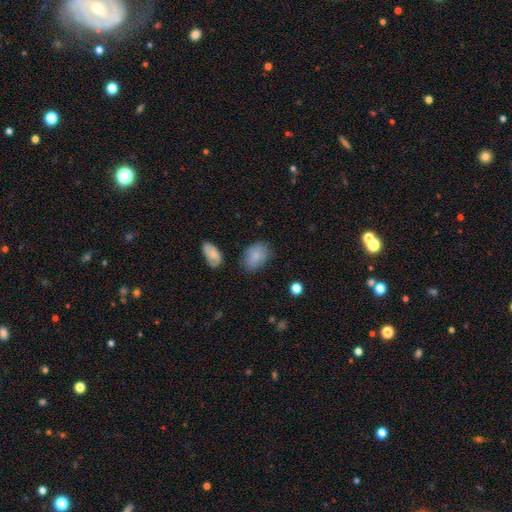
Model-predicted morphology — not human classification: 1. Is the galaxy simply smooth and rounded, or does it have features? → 79% smooth, 13% featured or disk, 8% star or artifact.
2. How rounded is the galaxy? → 80% in between, 19% round, 1% cigar-shaped.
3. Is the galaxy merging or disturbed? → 68% none, 22% minor disturbance, 6% major disturbance, 4% merger.